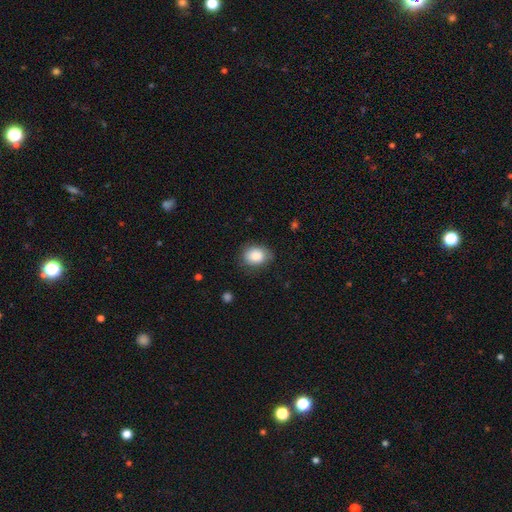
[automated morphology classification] Smooth or featured? smooth (87%)
How rounded? in between (54%)
Merging? none (76%)